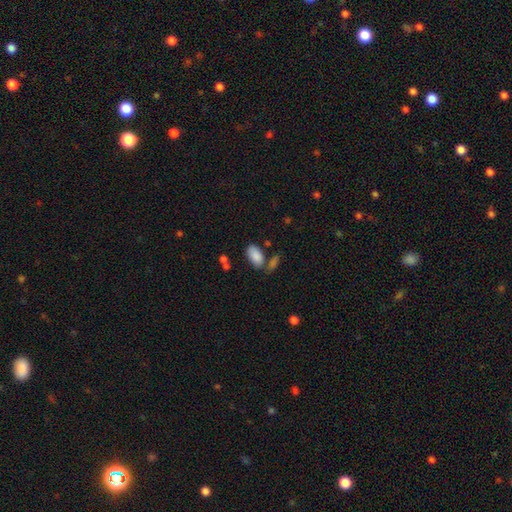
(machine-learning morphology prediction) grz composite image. It shows a smooth galaxy with no disk features (87%) that is in between round and cigar-shaped (95%). Merging: none (62%).